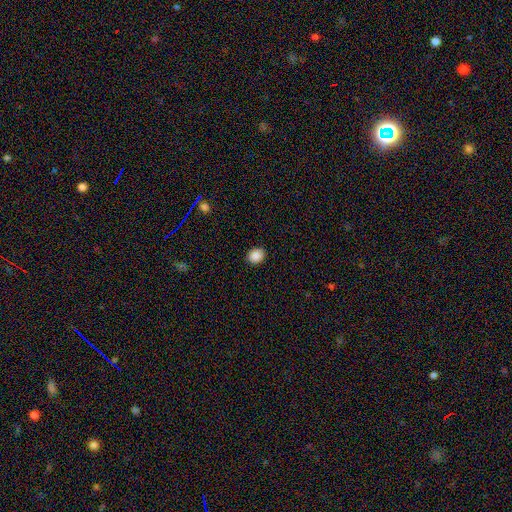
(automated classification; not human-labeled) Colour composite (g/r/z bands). It shows a smooth galaxy with no disk features (88%) that is round (56%). Merging: none (90%).